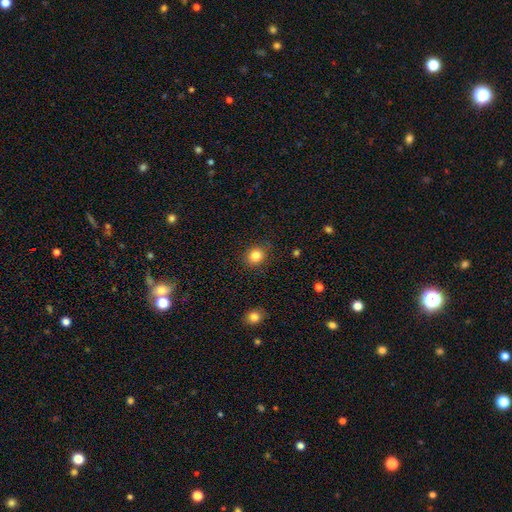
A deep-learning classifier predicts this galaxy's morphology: Smooth or featured? Predicted: smooth (p=0.84). How rounded? Predicted: round (p=0.79). Merging? Predicted: none (p=0.88).